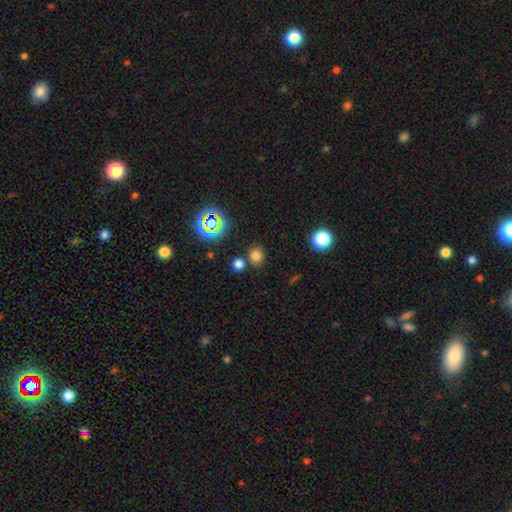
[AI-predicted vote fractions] Smooth or featured? smooth (73%)
How rounded? round (75%)
Merging? none (74%)